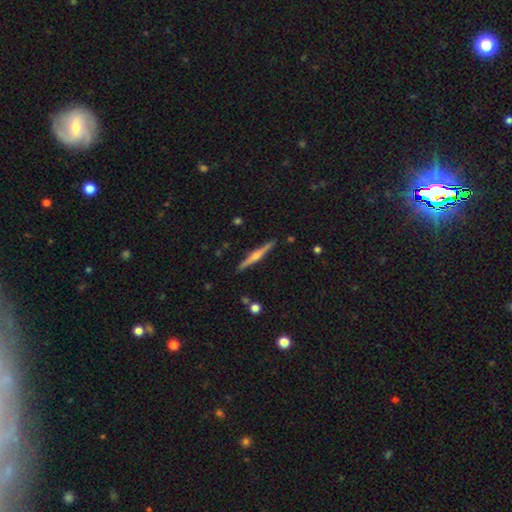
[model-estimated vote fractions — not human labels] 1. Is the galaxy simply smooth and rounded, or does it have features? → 71% featured or disk, 23% smooth, 6% star or artifact.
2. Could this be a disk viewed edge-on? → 98% yes, 2% no.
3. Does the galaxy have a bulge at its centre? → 85% rounded, 8% none, 7% boxy.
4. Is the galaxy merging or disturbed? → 91% none, 6% minor disturbance, 1% merger, 1% major disturbance.